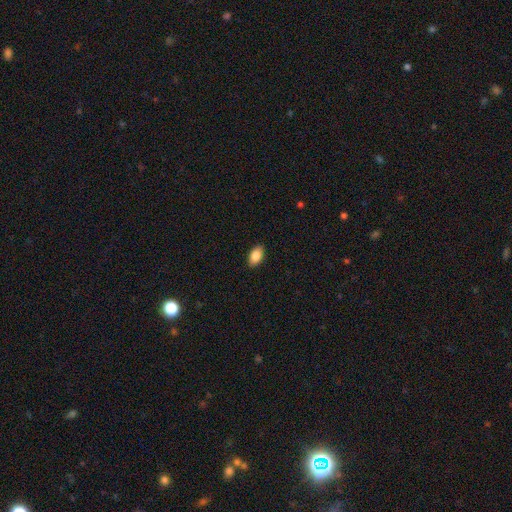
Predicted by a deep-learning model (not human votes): Smooth or featured: smooth — 87% (star or artifact — 7%)
How rounded: in between — 92% (round — 6%)
Merging: none — 89% (minor disturbance — 8%)